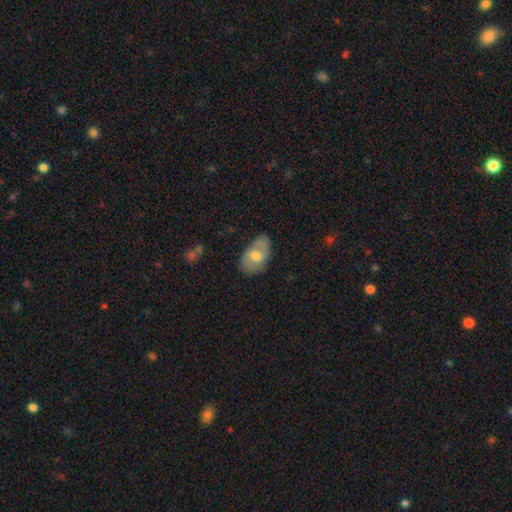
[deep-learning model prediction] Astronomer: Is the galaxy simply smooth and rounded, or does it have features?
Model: smooth — 61%.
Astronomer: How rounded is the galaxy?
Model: in between — 90%.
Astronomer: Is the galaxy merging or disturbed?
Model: none — 69%.